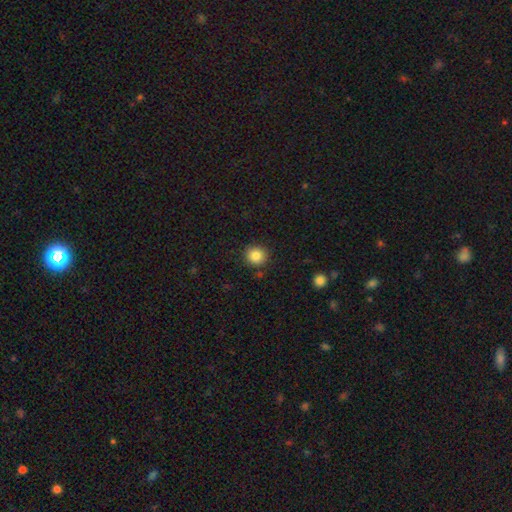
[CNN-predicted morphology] smooth-or-featured: smooth: 85% | star or artifact: 10% | featured or disk: 5%
  how-rounded: round: 91% | in between: 9% | cigar-shaped: 1%
  merging: none: 88% | minor disturbance: 7% | merger: 2% | major disturbance: 2%